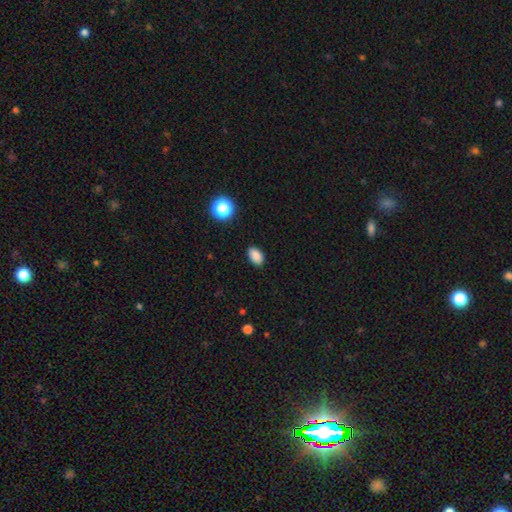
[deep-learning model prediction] Overall: smooth (86%). How rounded: in between (89%). Merging: none (88%).